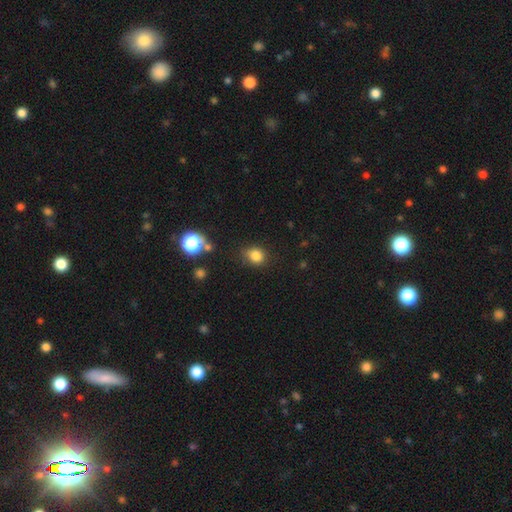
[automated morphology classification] Smooth or featured? smooth (82%)
How rounded? round (66%)
Merging? none (77%)